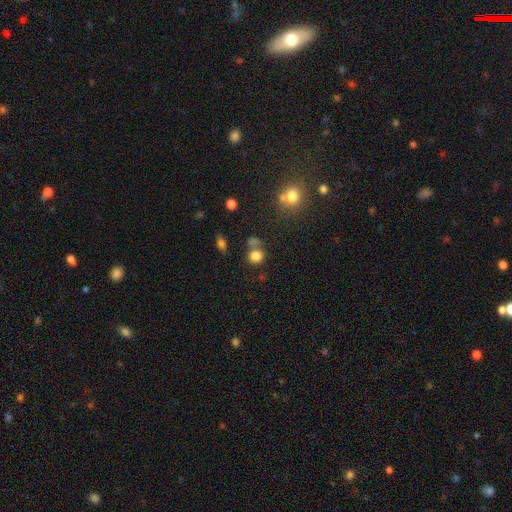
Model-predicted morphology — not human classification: smooth 80%, star or artifact 14%, featured or disk 7%. Down the decision tree: how rounded — round (80%); merging — none (59%).